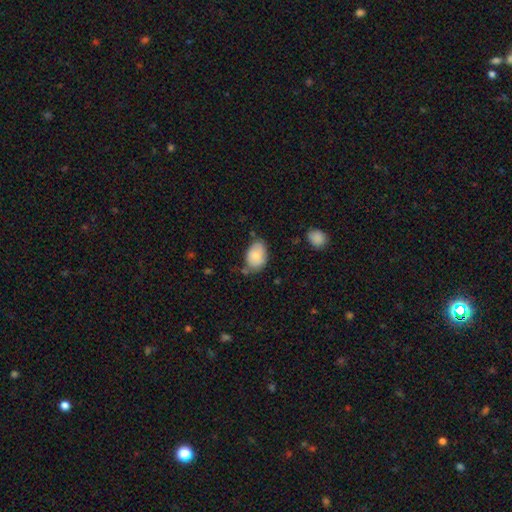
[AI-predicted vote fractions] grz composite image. It shows a smooth galaxy with no disk features (81%) that is in between round and cigar-shaped (84%). Merging: none (59%).